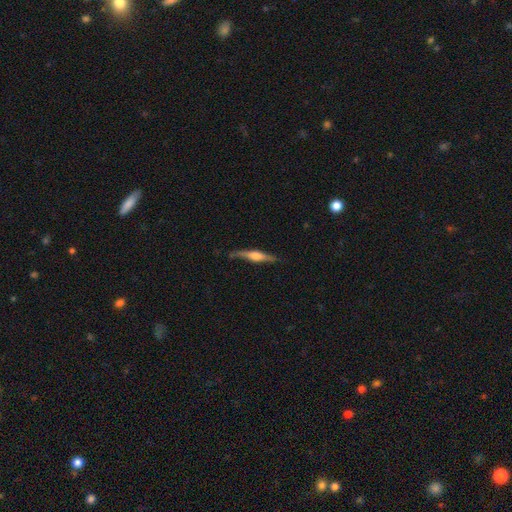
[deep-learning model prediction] Smooth or featured: featured or disk — 67% (smooth — 27%)
Edge-on disk: yes — 96% (no — 4%)
Edge-on bulge: rounded — 79% (boxy — 16%)
Merging: none — 80% (minor disturbance — 15%)